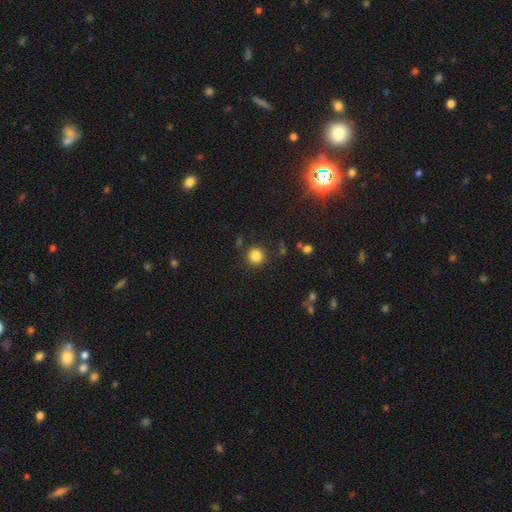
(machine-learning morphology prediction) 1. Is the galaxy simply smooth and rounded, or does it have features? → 84% smooth, 11% star or artifact, 4% featured or disk.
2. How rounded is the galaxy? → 93% round, 6% in between, 1% cigar-shaped.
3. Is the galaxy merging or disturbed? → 87% none, 7% minor disturbance, 3% merger, 3% major disturbance.